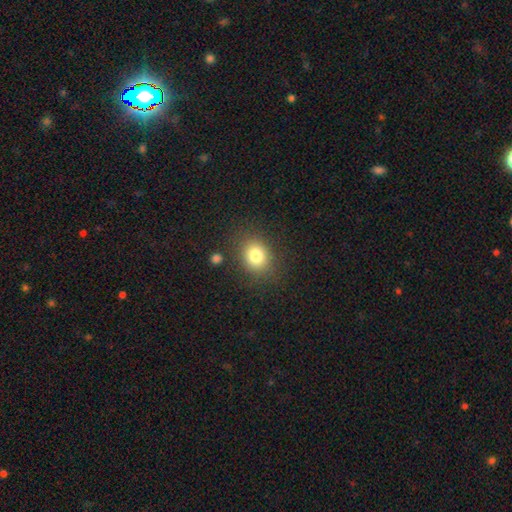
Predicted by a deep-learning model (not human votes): A smooth galaxy with no disk features (80%) that is round (60%). Merging: none (83%).